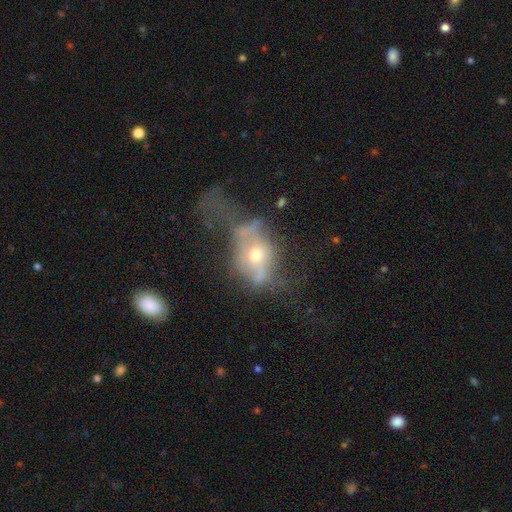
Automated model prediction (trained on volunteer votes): Morphology: type=featured or disk (61%); edge-on=no (87%); bar=no (75%); spiral arms=no (68%); bulge=moderate (58%); merging=major disturbance (52%).